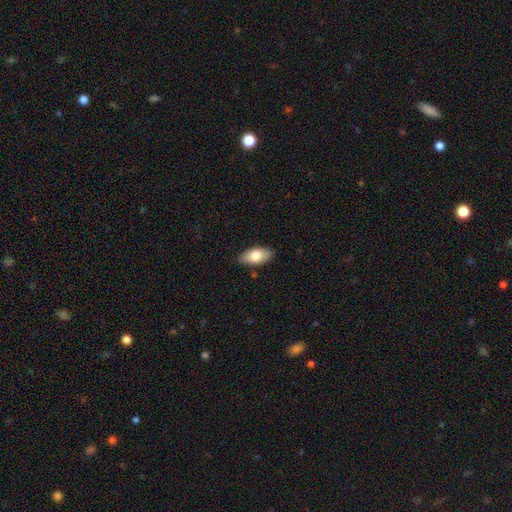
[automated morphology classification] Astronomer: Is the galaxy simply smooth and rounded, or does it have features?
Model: smooth — 77%.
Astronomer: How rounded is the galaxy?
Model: in between — 90%.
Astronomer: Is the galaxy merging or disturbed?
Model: none — 86%.